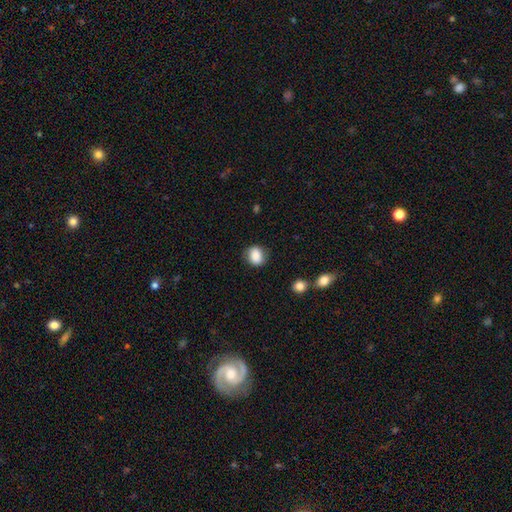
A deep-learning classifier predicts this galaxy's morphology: Smooth or featured?
  - smooth: 85% *
  - star or artifact: 8%
  - featured or disk: 6%
How rounded?
  - round: 56% *
  - in between: 43%
  - cigar-shaped: 1%
Merging?
  - none: 80% *
  - minor disturbance: 15%
  - major disturbance: 4%
  - merger: 2%